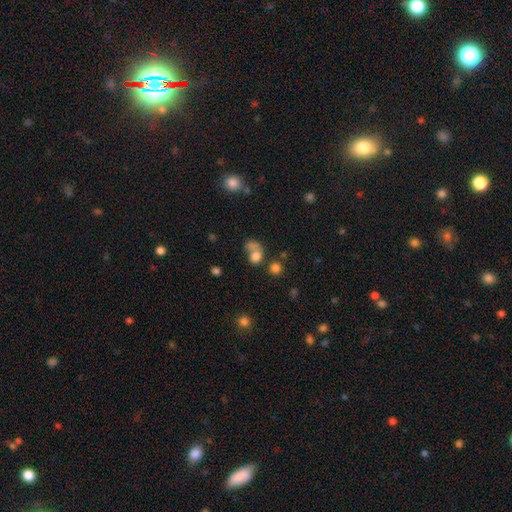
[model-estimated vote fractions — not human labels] Morphology: type=smooth (74%); roundness=round (59%); merging=merger (41%).